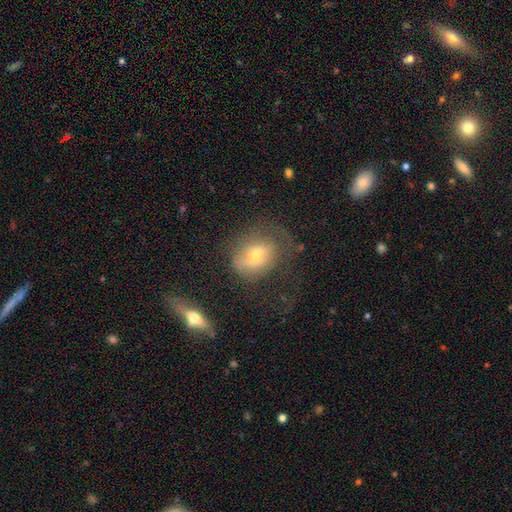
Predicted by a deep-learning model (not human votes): This appears to be a smooth galaxy with no disk features (48%). Merging: none (46%).